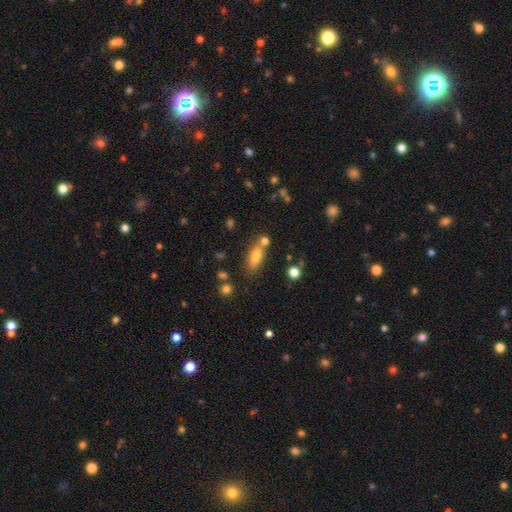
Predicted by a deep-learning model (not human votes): smooth-or-featured: smooth: 76% | featured or disk: 15% | star or artifact: 9%
  how-rounded: in between: 74% | cigar-shaped: 21% | round: 4%
  merging: none: 61% | merger: 20% | minor disturbance: 15% | major disturbance: 5%